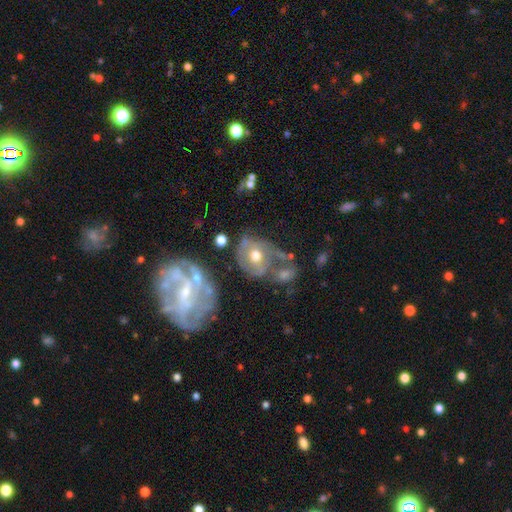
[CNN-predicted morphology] This appears to be a featured or disk galaxy (58%) with no bar (76%), spiral arms (52%) and a moderate central bulge (73%). Merging: merger (30%).